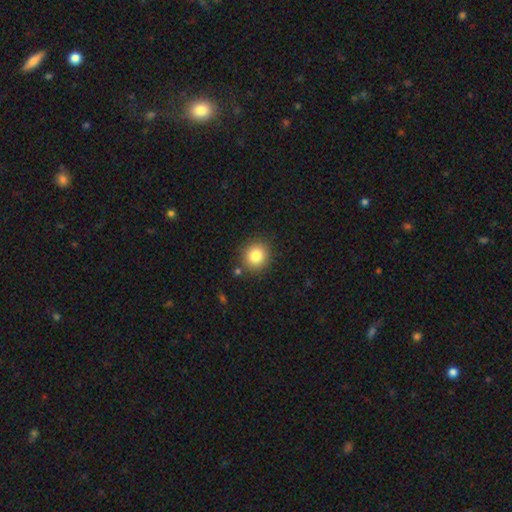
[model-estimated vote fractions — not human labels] smooth 83%, star or artifact 10%, featured or disk 7%. Down the decision tree: how rounded — round (86%); merging — none (86%).